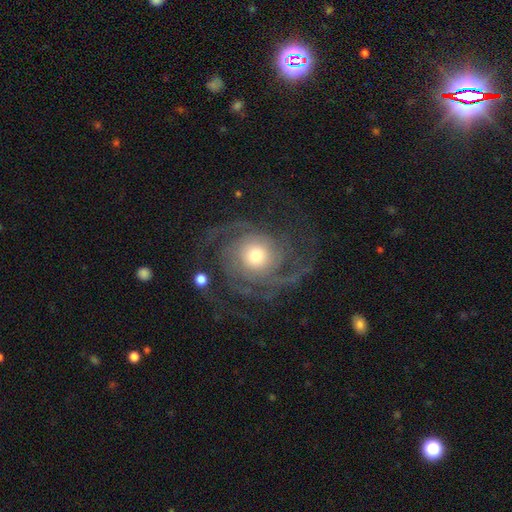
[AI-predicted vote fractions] smooth-or-featured: featured or disk: 88% | smooth: 7% | star or artifact: 5%
  disk-edge-on: no: 98% | yes: 2%
    bar: no: 79% | weak: 16% | strong: 5%
    has-spiral-arms: yes: 97% | no: 3%
      spiral-winding: tight: 42% | medium: 41% | loose: 17%
      spiral-arm-count: 2: 35% | 3: 24% | can't tell: 16% | 4: 10% | 1: 7% | more than 4: 7%
    bulge-size: moderate: 57% | small: 25% | large: 15% | dominant: 2% | none: 1%
  merging: none: 64% | major disturbance: 19% | minor disturbance: 14% | merger: 2%